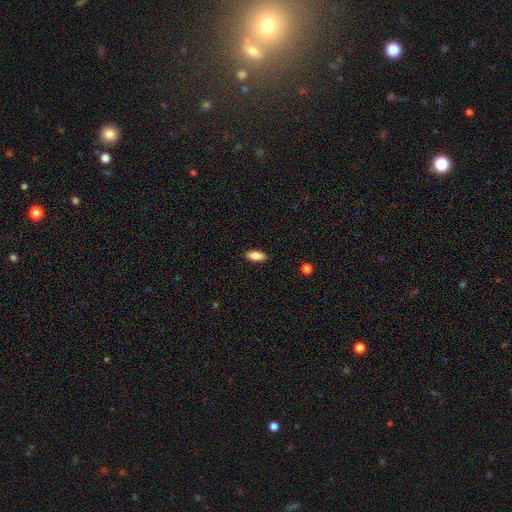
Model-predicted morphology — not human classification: Smooth or featured: smooth — 83% (featured or disk — 10%)
How rounded: in between — 80% (cigar-shaped — 18%)
Merging: none — 88% (minor disturbance — 9%)